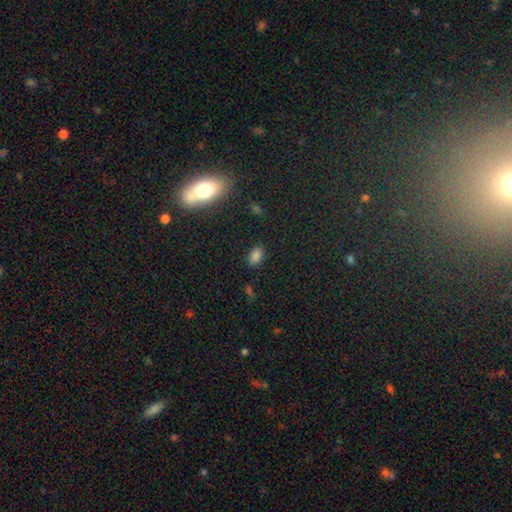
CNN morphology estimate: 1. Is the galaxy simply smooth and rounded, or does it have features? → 81% smooth, 14% star or artifact, 5% featured or disk.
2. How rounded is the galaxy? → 88% in between, 11% round, 2% cigar-shaped.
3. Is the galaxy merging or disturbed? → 85% none, 10% minor disturbance, 3% major disturbance, 2% merger.